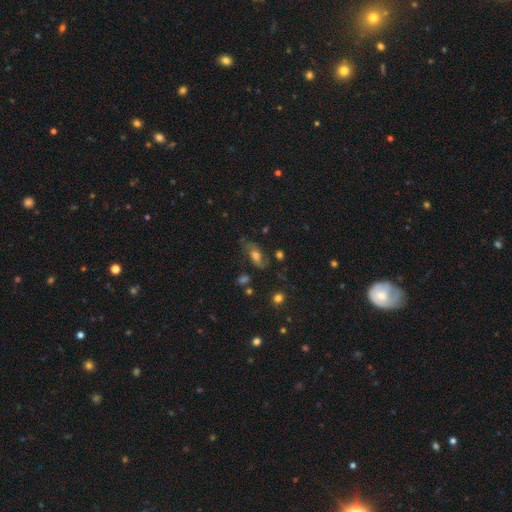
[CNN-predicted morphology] smooth-or-featured: featured or disk: 46% | smooth: 42% | star or artifact: 12%
  merging: none: 62% | minor disturbance: 23% | major disturbance: 12% | merger: 4%